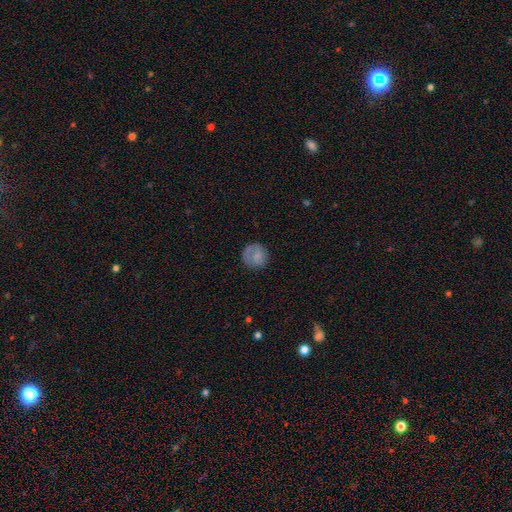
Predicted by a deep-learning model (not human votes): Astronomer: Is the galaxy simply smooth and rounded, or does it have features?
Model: smooth — 72%.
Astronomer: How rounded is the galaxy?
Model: round — 87%.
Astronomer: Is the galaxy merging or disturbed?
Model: none — 71%.